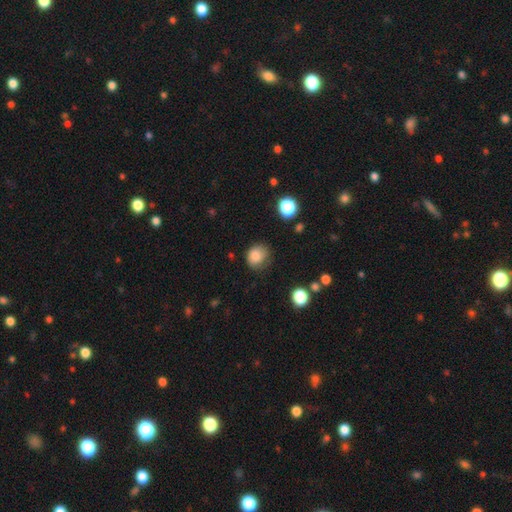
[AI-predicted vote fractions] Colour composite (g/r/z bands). It shows a smooth galaxy with no disk features (82%) that is round (69%). Merging: none (63%).